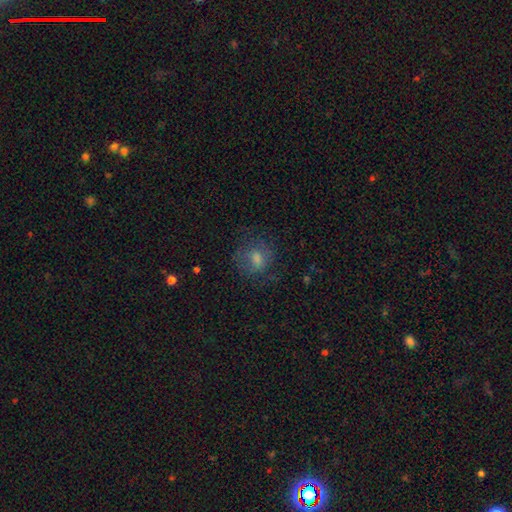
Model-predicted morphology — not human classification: Overall: smooth (59%; featured or disk 24%). How rounded: round (72%). Merging: none (69%).